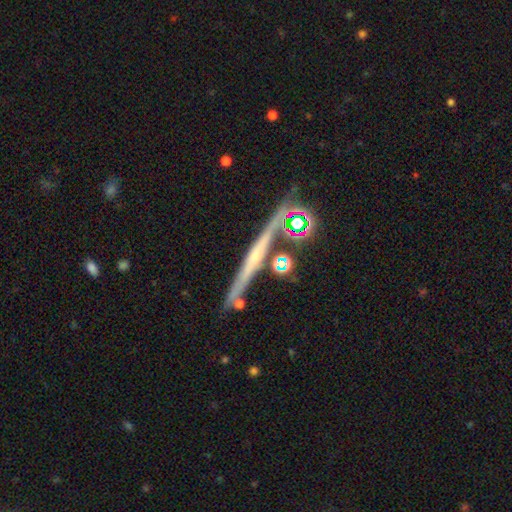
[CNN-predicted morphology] smooth-or-featured: featured or disk: 67% | smooth: 20% | star or artifact: 13%
  disk-edge-on: yes: 95% | no: 5%
    edge-on-bulge: rounded: 50% | none: 42% | boxy: 8%
  merging: none: 77% | minor disturbance: 11% | merger: 8% | major disturbance: 3%